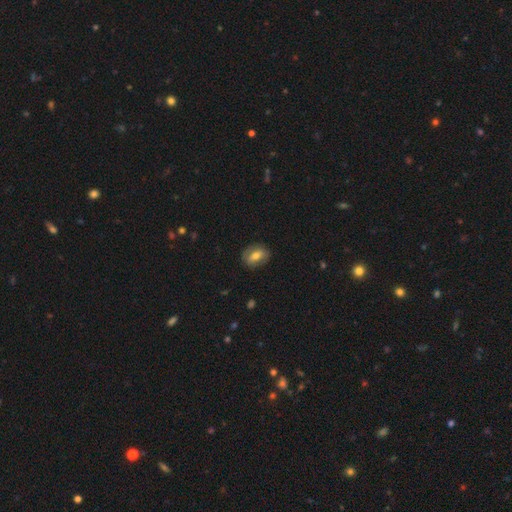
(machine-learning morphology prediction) A smooth galaxy with no disk features (60%) that is in between round and cigar-shaped (66%). Merging: none (82%).